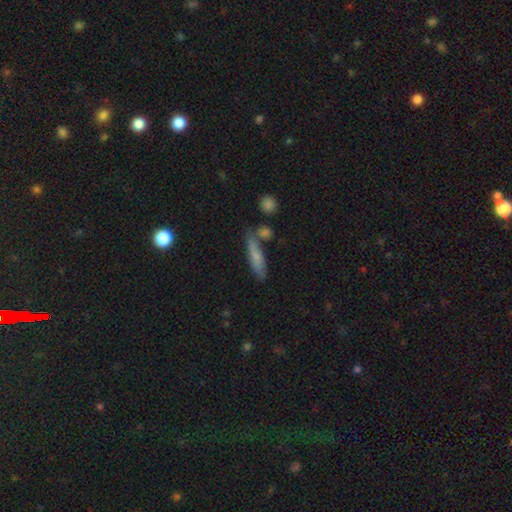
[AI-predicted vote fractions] Smooth or featured? Predicted: smooth (p=0.69). How rounded? Predicted: cigar-shaped (p=0.78). Merging? Predicted: none (p=0.68).